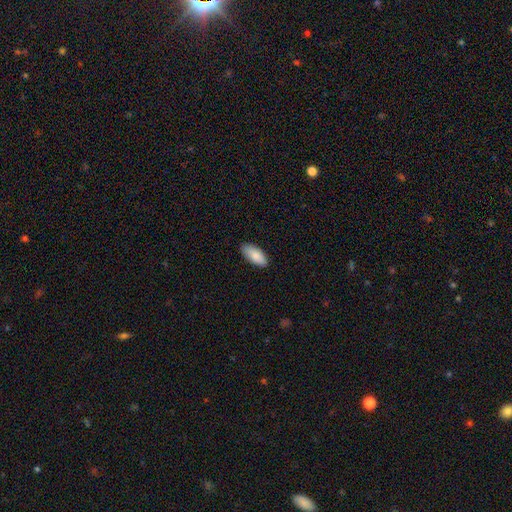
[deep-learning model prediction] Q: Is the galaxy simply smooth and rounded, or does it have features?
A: smooth — 88%.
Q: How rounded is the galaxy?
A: in between — 88%.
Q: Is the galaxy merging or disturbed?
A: none — 86%.